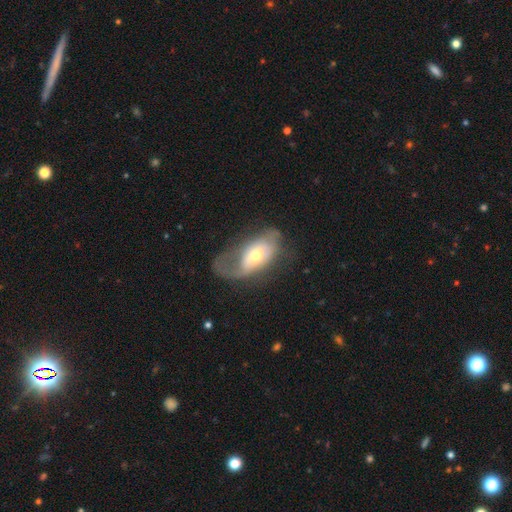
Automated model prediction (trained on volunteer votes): Smooth or featured? Predicted: featured or disk (p=0.55). Edge-on disk? Predicted: no (p=0.90). Merging? Predicted: major disturbance (p=0.46).